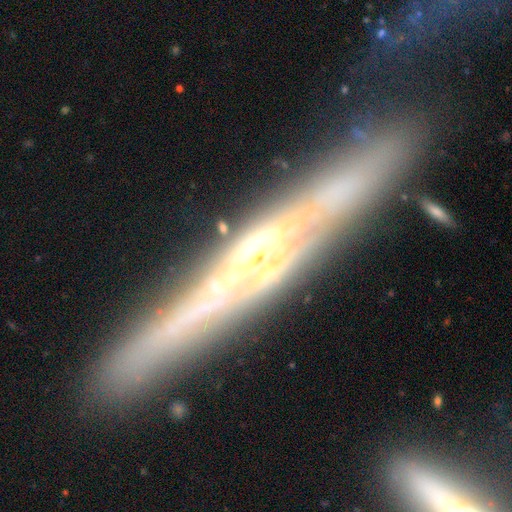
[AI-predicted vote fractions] Smooth or featured?
  - featured or disk: 78% *
  - smooth: 14%
  - star or artifact: 7%
Edge-on disk?
  - yes: 90% *
  - no: 10%
Edge-on bulge?
  - rounded: 43% *
  - none: 39%
  - boxy: 18%
Merging?
  - none: 82% *
  - minor disturbance: 12%
  - major disturbance: 3%
  - merger: 3%